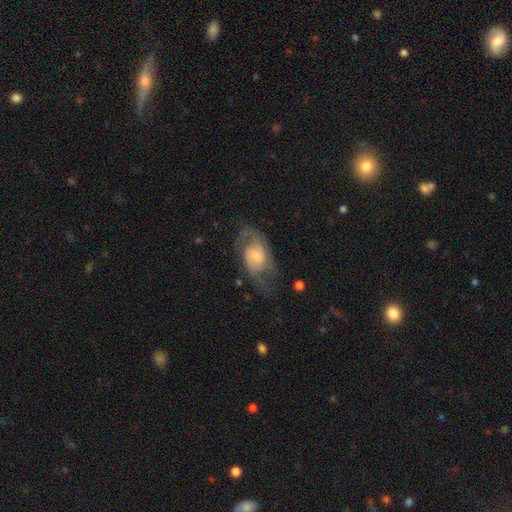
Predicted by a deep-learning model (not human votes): A featured or disk galaxy (79%) with no bar (50%), 2 (80%) medium (50%) spiral arms (92%) and a small central bulge (52%). Merging: none (57%).